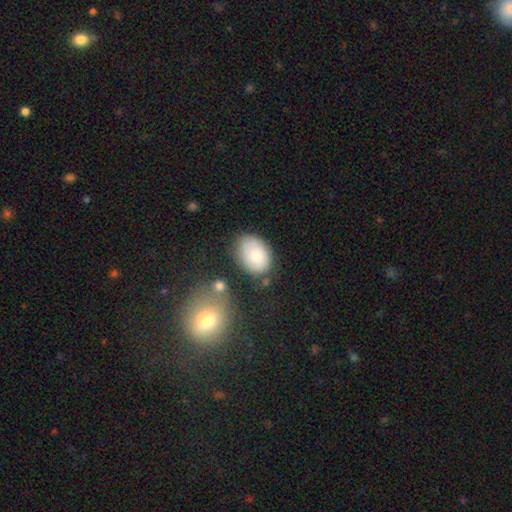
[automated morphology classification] A smooth galaxy with no disk features (77%) that is in between round and cigar-shaped (75%).

Vote fractions:
- Smooth or featured? smooth: 77% / featured or disk: 16% / star or artifact: 7%
- How rounded? in between: 75% / round: 24% / cigar-shaped: 1%
- Merging? none: 72% / minor disturbance: 17% / merger: 6% / major disturbance: 5%